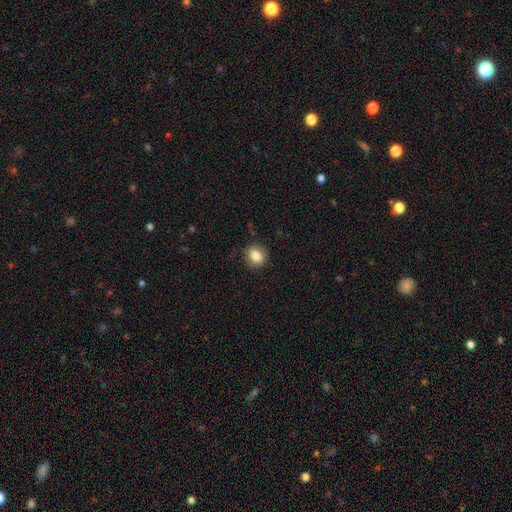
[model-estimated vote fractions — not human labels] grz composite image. It shows a smooth galaxy with no disk features (83%) that is round (74%). Merging: none (85%).